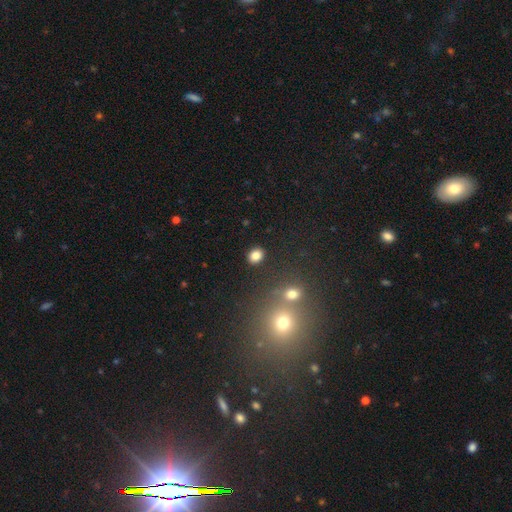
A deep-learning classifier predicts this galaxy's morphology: Smooth or featured: smooth — 83% (star or artifact — 12%)
How rounded: in between — 56% (round — 43%)
Merging: none — 86% (minor disturbance — 8%)